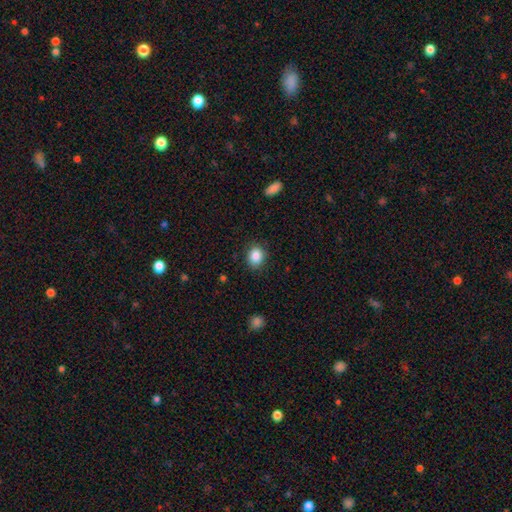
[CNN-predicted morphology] smooth-or-featured: smooth: 87% | star or artifact: 9% | featured or disk: 4%
  how-rounded: round: 63% | in between: 36% | cigar-shaped: 1%
  merging: none: 87% | minor disturbance: 10% | major disturbance: 3% | merger: 1%